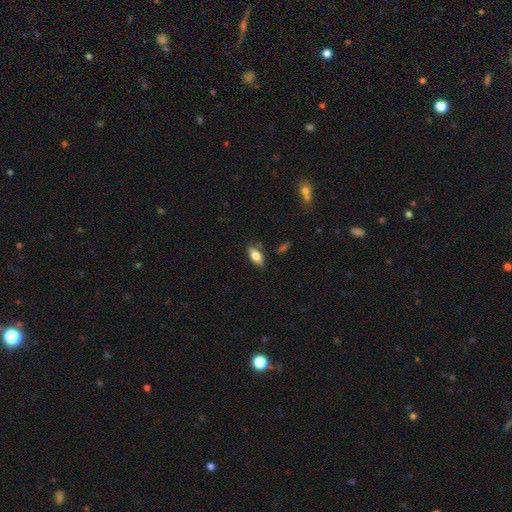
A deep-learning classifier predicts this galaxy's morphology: type=smooth (76%); roundness=in between (85%); merging=none (77%).